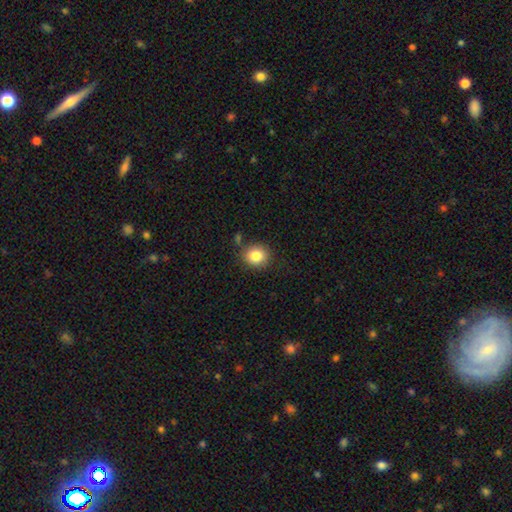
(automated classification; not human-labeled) Q: Smooth or featured?
A: smooth (83%); runner-up: star or artifact (10%)
Q: How rounded?
A: round (81%); runner-up: in between (18%)
Q: Merging?
A: none (80%); runner-up: minor disturbance (12%)